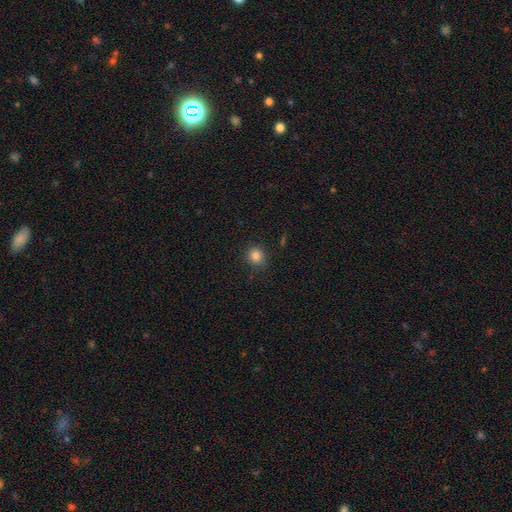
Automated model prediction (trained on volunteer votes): This is clearly a smooth galaxy (83%). How rounded: clearly round (86%). Merging: clearly none (86%).